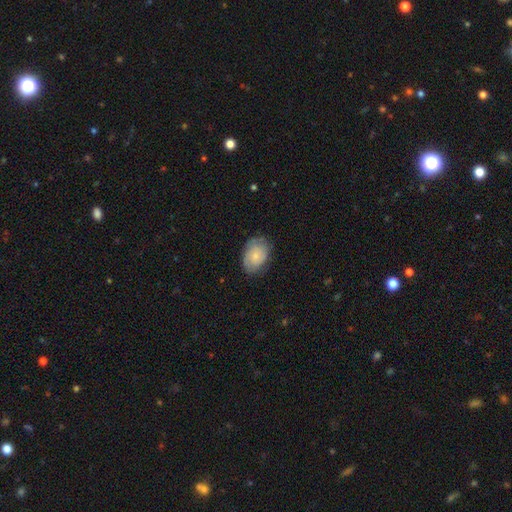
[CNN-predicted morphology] Smooth or featured? Predicted: smooth (p=0.62). How rounded? Predicted: in between (p=0.81). Merging? Predicted: none (p=0.73).